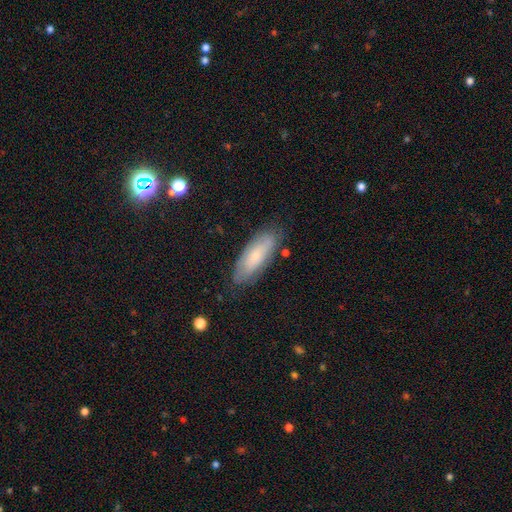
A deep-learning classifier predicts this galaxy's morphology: Overall: smooth (61%; featured or disk 32%). How rounded: in between (67%; cigar-shaped 31%). Merging: none (78%).